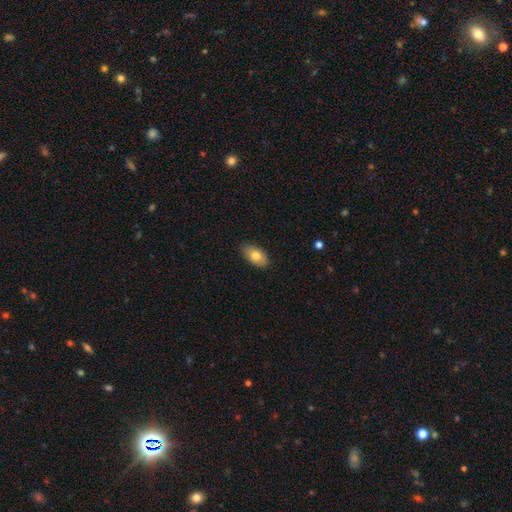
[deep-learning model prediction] Smooth or featured?
  - smooth: 78% *
  - featured or disk: 15%
  - star or artifact: 7%
How rounded?
  - in between: 94% *
  - round: 4%
  - cigar-shaped: 2%
Merging?
  - none: 88% *
  - minor disturbance: 9%
  - major disturbance: 2%
  - merger: 1%